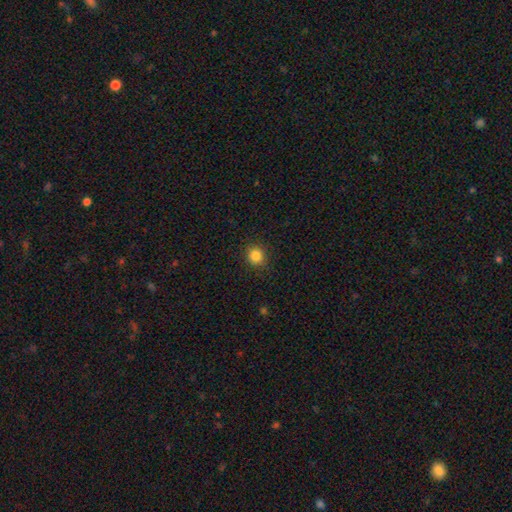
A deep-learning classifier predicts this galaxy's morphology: Smooth or featured: smooth — 84% (star or artifact — 12%)
How rounded: round — 90% (in between — 9%)
Merging: none — 90% (minor disturbance — 7%)